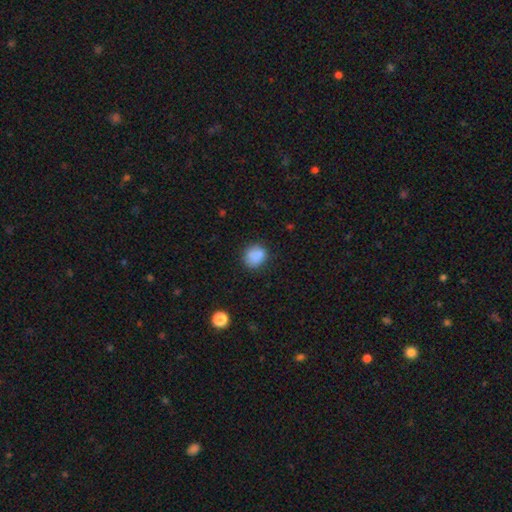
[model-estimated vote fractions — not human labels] This is clearly a smooth galaxy (84%). How rounded: likely round (68%). Merging: likely none (76%).